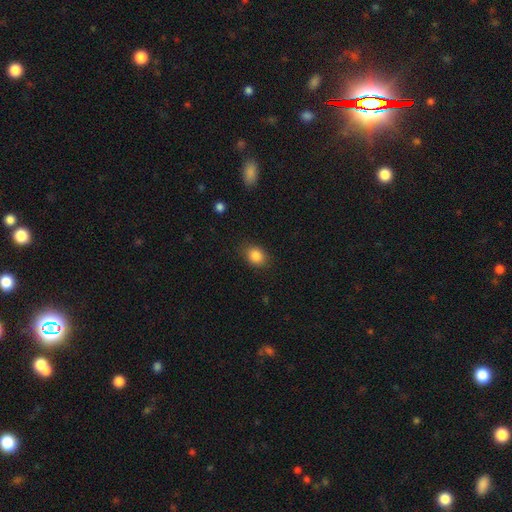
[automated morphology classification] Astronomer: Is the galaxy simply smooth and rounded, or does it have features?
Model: smooth — 85%.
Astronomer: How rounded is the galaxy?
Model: in between — 54% (runner-up: round, 45%).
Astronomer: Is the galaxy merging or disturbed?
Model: none — 82%.